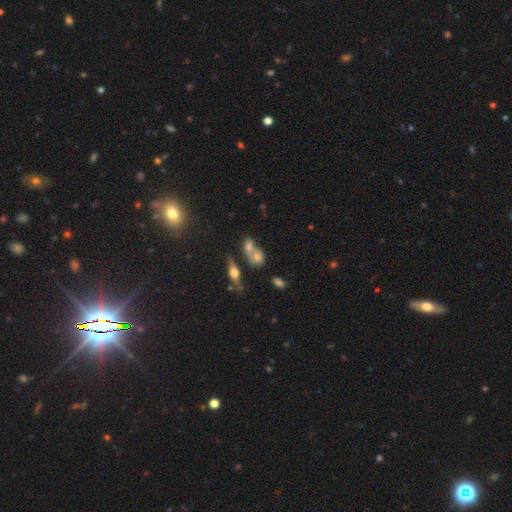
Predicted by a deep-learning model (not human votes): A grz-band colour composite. It shows a smooth galaxy with no disk features (61%) that is in between round and cigar-shaped (61%). Merging: merger (49%).